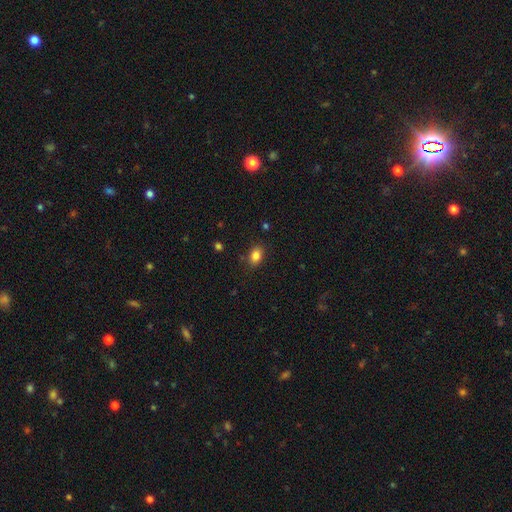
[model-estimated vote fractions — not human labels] Smooth or featured? Predicted: smooth (p=0.84). How rounded? Predicted: in between (p=0.75). Merging? Predicted: none (p=0.83).